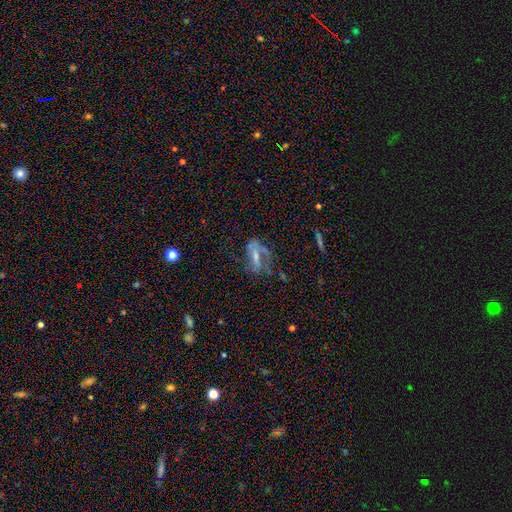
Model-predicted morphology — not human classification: This appears to be a featured or disk galaxy (65%) with a weak bar (37%), spiral arms (69%) and a moderate central bulge (41%). Merging: none (44%).